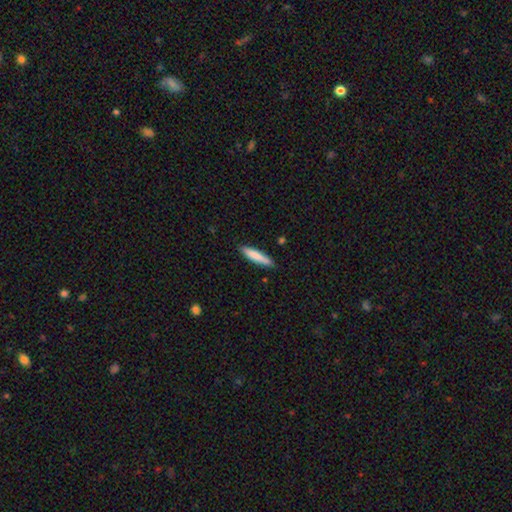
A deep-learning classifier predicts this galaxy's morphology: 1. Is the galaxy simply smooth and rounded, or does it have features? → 81% smooth, 13% featured or disk, 5% star or artifact.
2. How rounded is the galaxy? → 87% cigar-shaped, 12% in between, 1% round.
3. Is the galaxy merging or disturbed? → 87% none, 10% minor disturbance, 2% major disturbance, 1% merger.